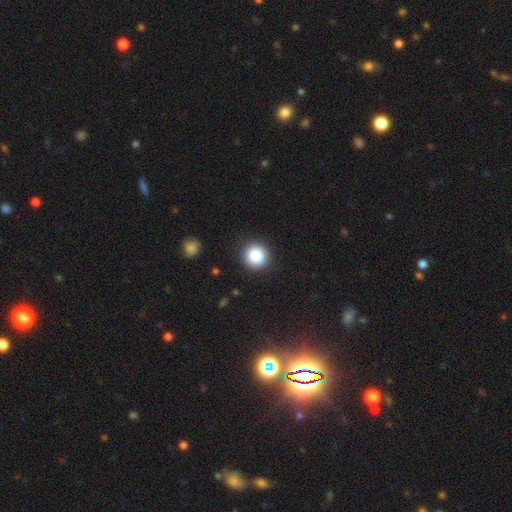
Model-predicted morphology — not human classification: Overall: smooth (88%). How rounded: round (94%). Merging: none (91%).